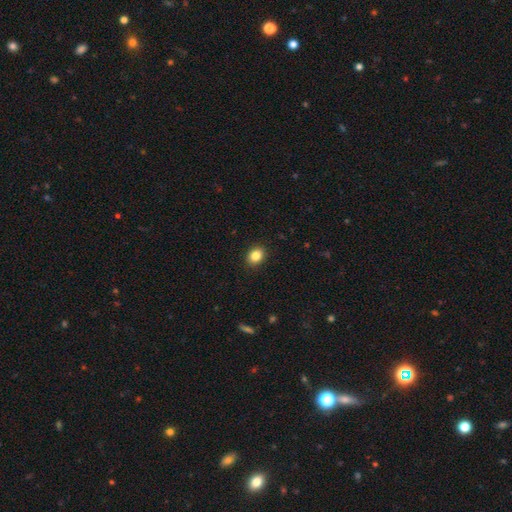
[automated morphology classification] Smooth or featured: smooth — 85% (star or artifact — 10%)
How rounded: in between — 51% (round — 49%)
Merging: none — 90% (minor disturbance — 7%)